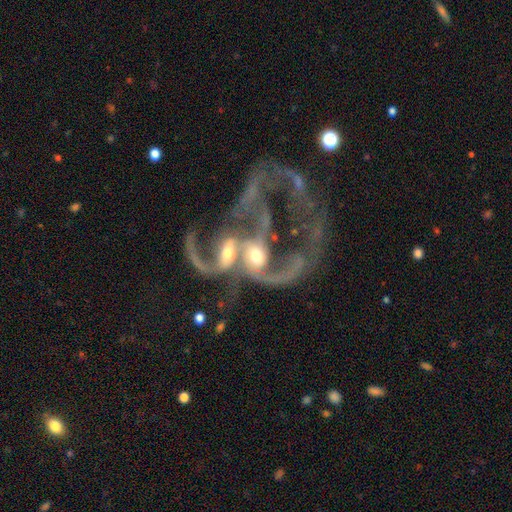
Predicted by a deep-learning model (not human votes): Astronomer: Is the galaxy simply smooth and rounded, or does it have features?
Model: featured or disk — 80%.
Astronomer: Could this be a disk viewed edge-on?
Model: no — 96%.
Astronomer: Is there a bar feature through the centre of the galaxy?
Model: no — 50% (runner-up: weak, 31%).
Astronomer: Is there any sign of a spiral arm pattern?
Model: yes — 86%.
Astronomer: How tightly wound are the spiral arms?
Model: loose — 66%.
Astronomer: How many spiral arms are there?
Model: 2 — 42% (runner-up: 1, 21%).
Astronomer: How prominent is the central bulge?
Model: moderate — 56%.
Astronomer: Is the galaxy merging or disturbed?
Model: merger — 75%.